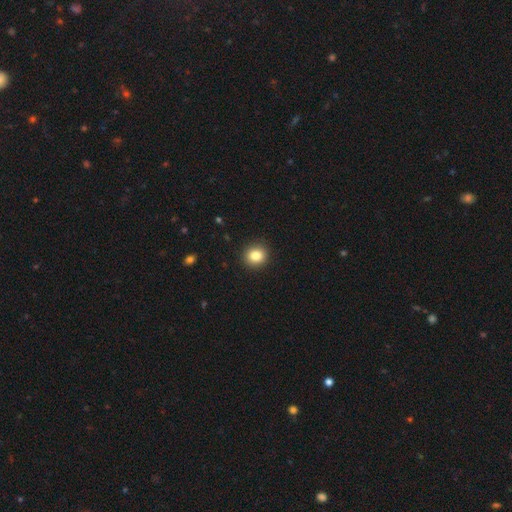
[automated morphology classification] A smooth galaxy with no disk features (84%) that is round (81%).

Vote fractions:
- Smooth or featured? smooth: 84% / star or artifact: 10% / featured or disk: 5%
- How rounded? round: 81% / in between: 18% / cigar-shaped: 1%
- Merging? none: 91% / minor disturbance: 6% / major disturbance: 2% / merger: 1%